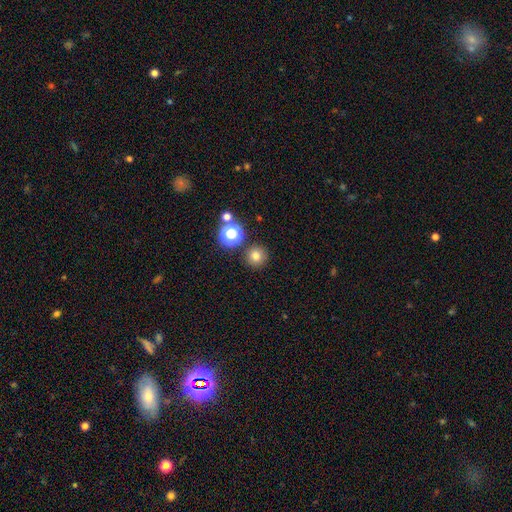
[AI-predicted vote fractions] This is likely a smooth galaxy (77%). How rounded: clearly round (95%). Merging: clearly none (87%).